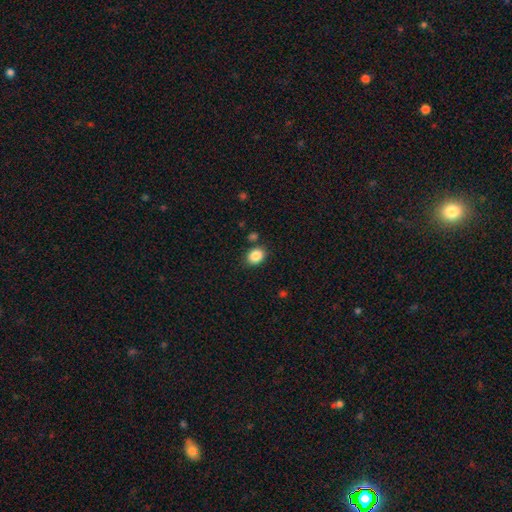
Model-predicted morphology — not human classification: The model was most divided on "how rounded": in between: 59%, round: 40%, cigar-shaped: 1%. More confident: smooth or featured — smooth (87%); merging — none (82%).